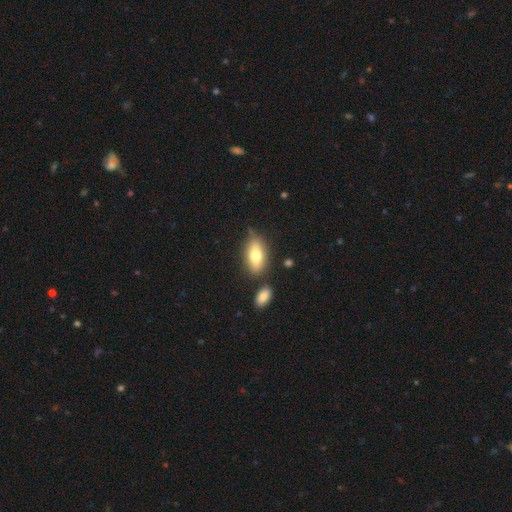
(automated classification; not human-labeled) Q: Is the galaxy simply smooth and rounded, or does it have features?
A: smooth — 72%.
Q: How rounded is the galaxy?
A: in between — 86%.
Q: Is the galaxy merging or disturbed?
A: none — 71%.